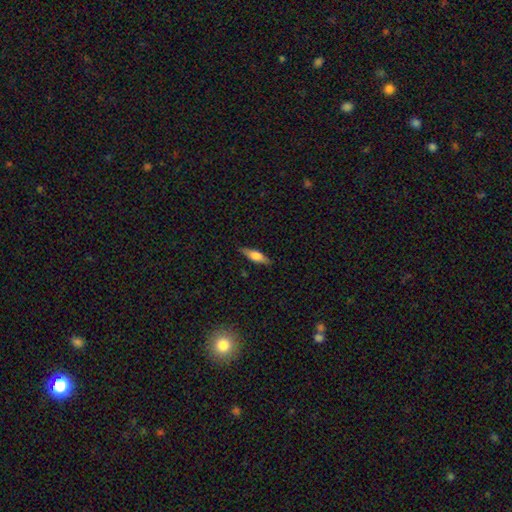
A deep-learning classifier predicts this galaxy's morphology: Smooth or featured?
  - smooth: 64% *
  - featured or disk: 29%
  - star or artifact: 7%
How rounded?
  - cigar-shaped: 51% *
  - in between: 47%
  - round: 2%
Merging?
  - none: 84% *
  - minor disturbance: 12%
  - major disturbance: 2%
  - merger: 1%